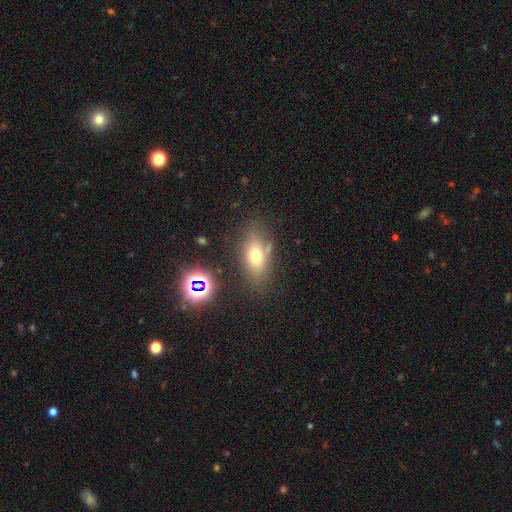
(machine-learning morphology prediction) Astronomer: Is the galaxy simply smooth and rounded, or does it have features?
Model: smooth — 66%.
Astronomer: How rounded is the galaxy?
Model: in between — 80%.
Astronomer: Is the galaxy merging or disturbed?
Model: none — 69%.